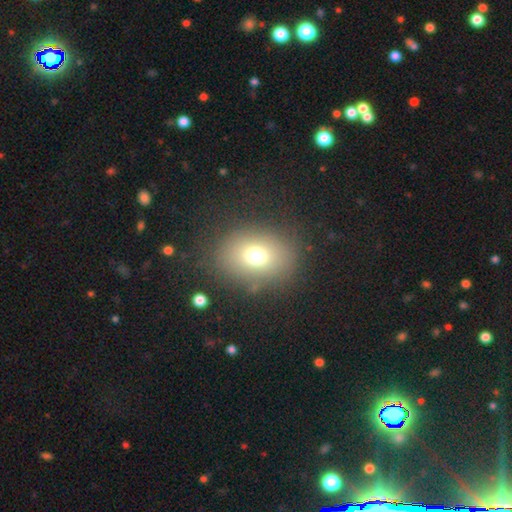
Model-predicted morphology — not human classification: smooth_or_featured: smooth (p=0.72) [alt: star or artifact p=0.14]
how_rounded: in between (p=0.51) [alt: round p=0.48]
merging: none (p=0.81) [alt: minor disturbance p=0.11]